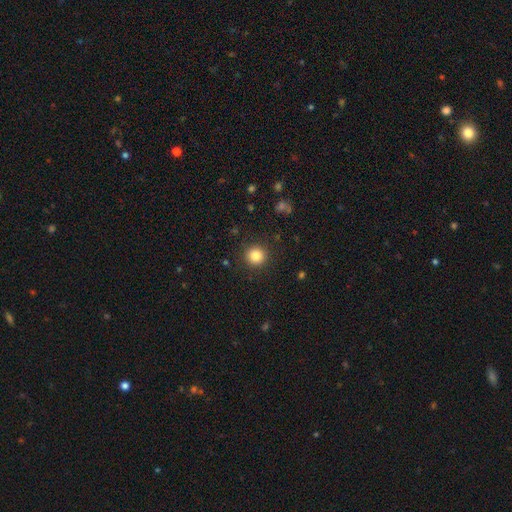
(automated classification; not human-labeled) A smooth galaxy with no disk features (84%) that is round (93%).

Vote fractions:
- Smooth or featured? smooth: 84% / star or artifact: 11% / featured or disk: 5%
- How rounded? round: 93% / in between: 6% / cigar-shaped: 1%
- Merging? none: 91% / minor disturbance: 6% / major disturbance: 2% / merger: 1%